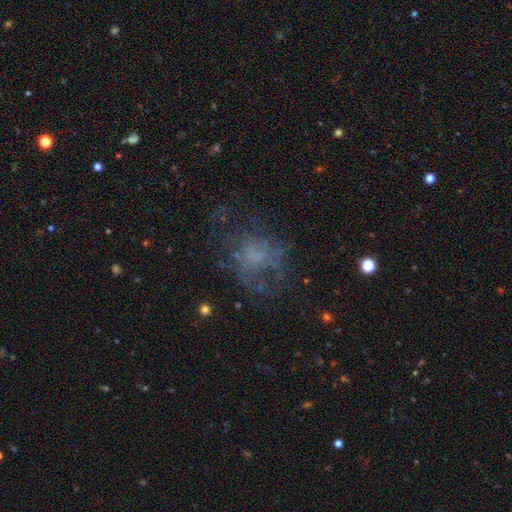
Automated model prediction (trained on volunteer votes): The model was most divided on "smooth or featured": smooth: 40%, featured or disk: 39%, star or artifact: 21%. Remaining: merging — none (50%).